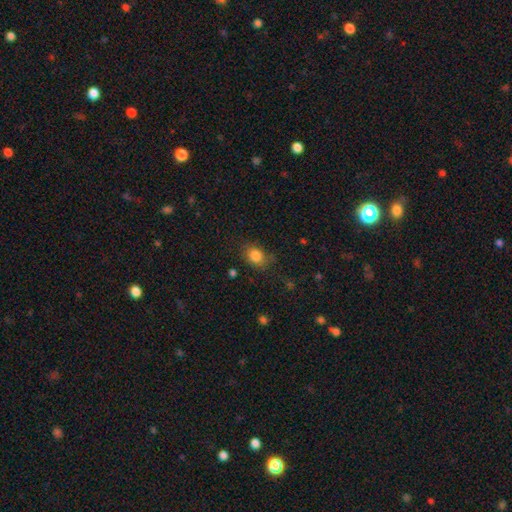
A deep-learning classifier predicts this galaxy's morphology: Smooth or featured: smooth — 83% (star or artifact — 10%)
How rounded: in between — 57% (round — 42%)
Merging: none — 73% (minor disturbance — 19%)